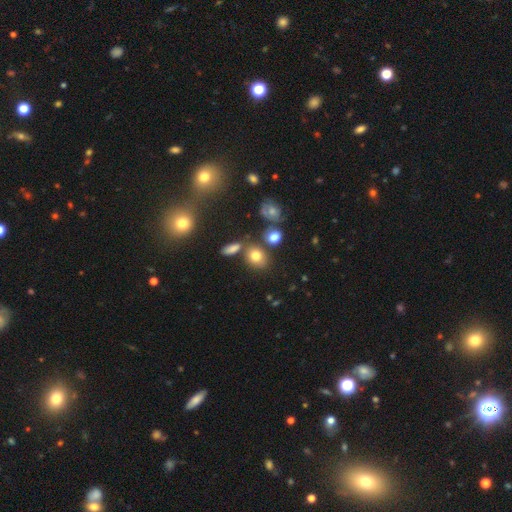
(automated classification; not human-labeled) smooth-or-featured: smooth: 76% | star or artifact: 13% | featured or disk: 11%
  how-rounded: in between: 51% | round: 48% | cigar-shaped: 2%
  merging: none: 66% | merger: 15% | minor disturbance: 13% | major disturbance: 5%